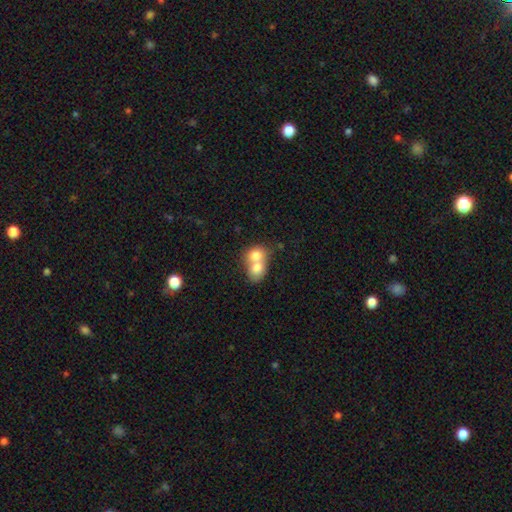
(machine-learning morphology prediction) smooth 73%, featured or disk 19%, star or artifact 8%. Down the decision tree: how rounded — round (55%); merging — merger (77%).